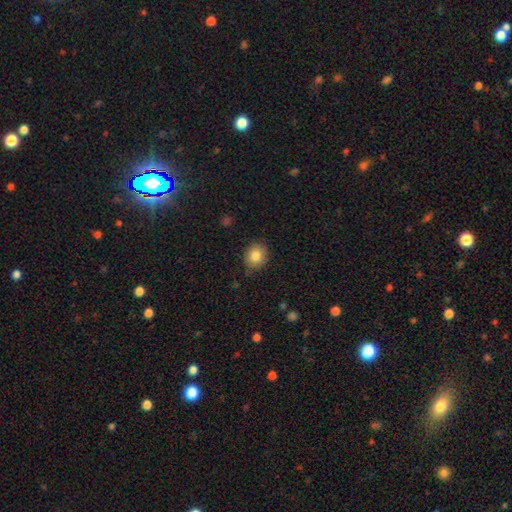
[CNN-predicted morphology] smooth 83%, star or artifact 9%, featured or disk 8%. Down the decision tree: how rounded — round (63%); merging — none (85%).